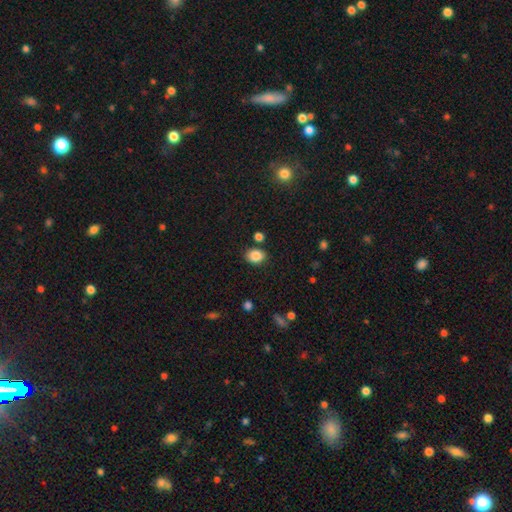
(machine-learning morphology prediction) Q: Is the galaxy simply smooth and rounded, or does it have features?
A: smooth — 86%.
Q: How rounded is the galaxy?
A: in between — 57%.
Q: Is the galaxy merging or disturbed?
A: none — 81%.